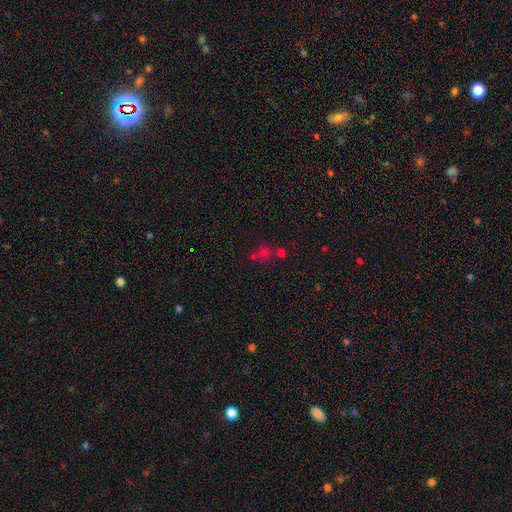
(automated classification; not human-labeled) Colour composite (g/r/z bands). It shows a smooth galaxy with no disk features (55%) that is round (75%). Merging: none (45%).